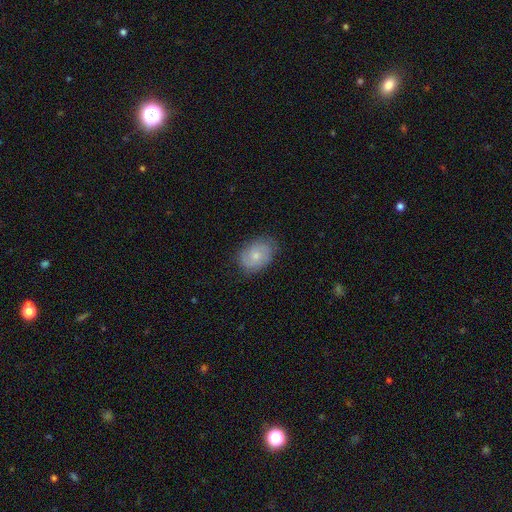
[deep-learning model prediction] smooth-or-featured: featured or disk: 47% | smooth: 46% | star or artifact: 7%
  merging: none: 77% | minor disturbance: 18% | major disturbance: 4% | merger: 1%